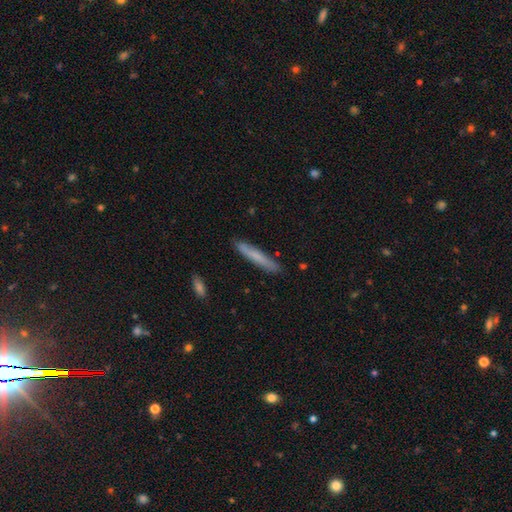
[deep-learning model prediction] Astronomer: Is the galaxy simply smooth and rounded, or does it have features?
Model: smooth — 69%.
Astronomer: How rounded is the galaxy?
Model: cigar-shaped — 95%.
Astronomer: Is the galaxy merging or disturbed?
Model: none — 88%.